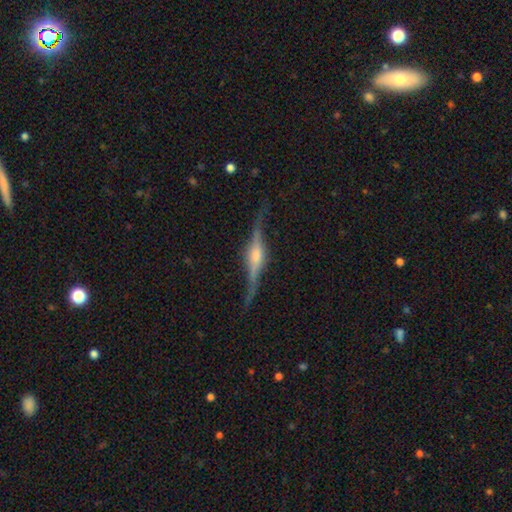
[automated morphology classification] Overall: featured or disk (87%). Edge-on disk: yes (95%). Edge-on bulge: rounded (82%). Merging: none (80%).